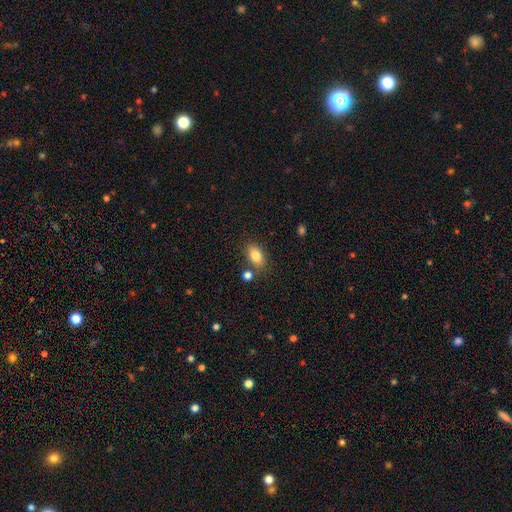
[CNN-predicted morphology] type=smooth (83%); roundness=in between (88%); merging=none (74%).